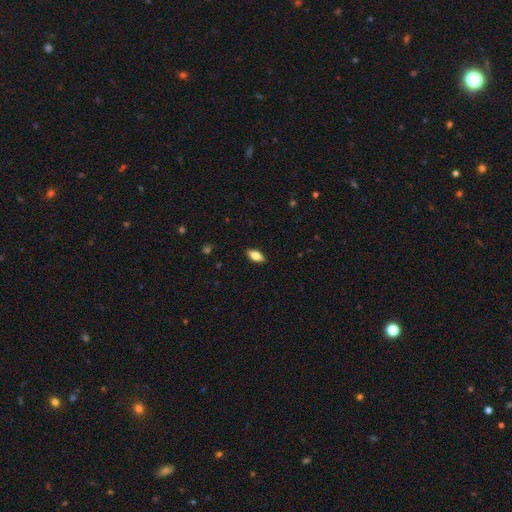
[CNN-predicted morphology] Smooth or featured? Predicted: smooth (p=0.71). How rounded? Predicted: in between (p=0.82). Merging? Predicted: none (p=0.89).